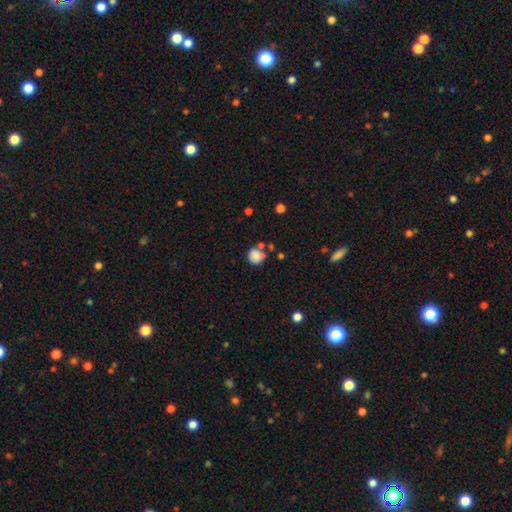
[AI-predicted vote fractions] smooth-or-featured: smooth: 82% | star or artifact: 10% | featured or disk: 8%
  how-rounded: round: 82% | in between: 17% | cigar-shaped: 1%
  merging: none: 56% | merger: 18% | minor disturbance: 18% | major disturbance: 7%